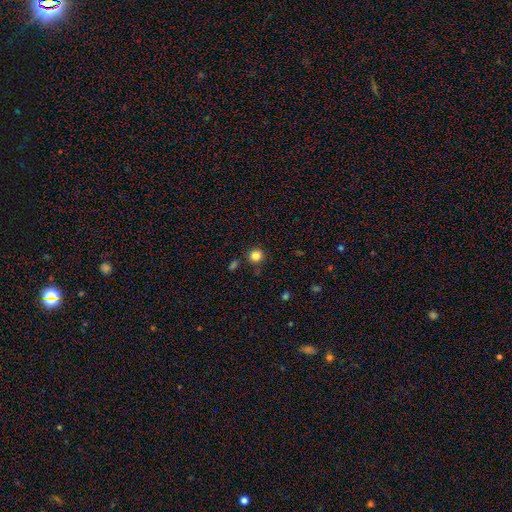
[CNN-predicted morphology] Overall: smooth (83%). How rounded: round (91%). Merging: none (86%).